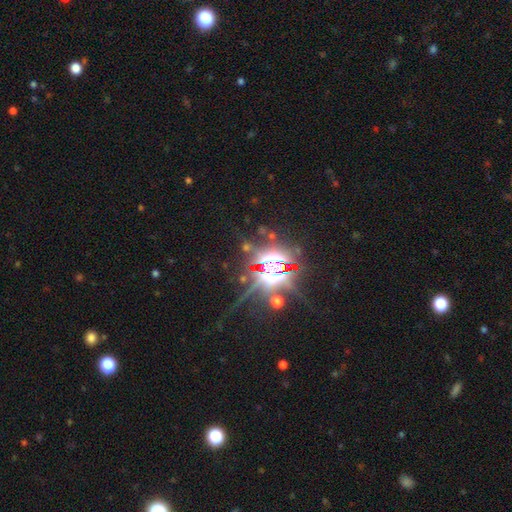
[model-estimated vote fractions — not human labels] Smooth or featured: star or artifact — 88% (smooth — 6%)